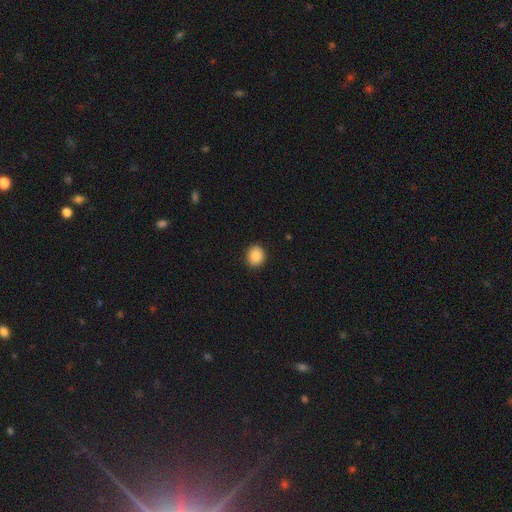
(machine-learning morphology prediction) This appears to be a smooth galaxy with no disk features (88%) that is round (77%). Merging: none (91%).